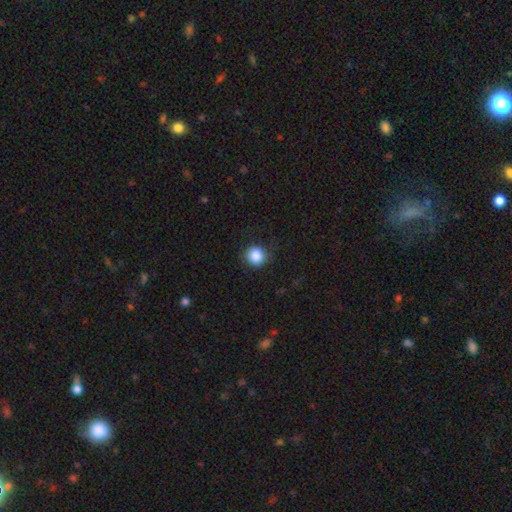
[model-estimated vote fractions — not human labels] Overall: smooth (86%). How rounded: round (92%). Merging: none (85%).